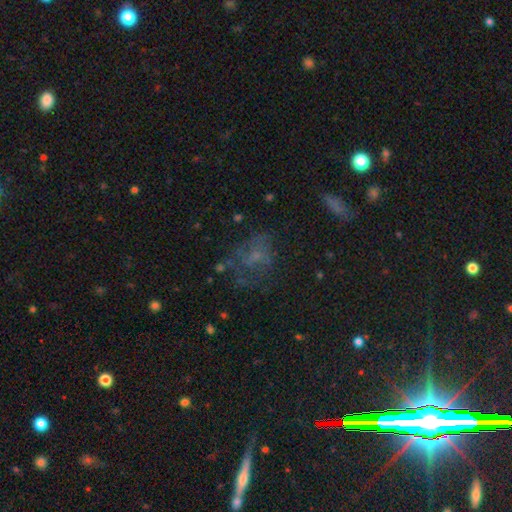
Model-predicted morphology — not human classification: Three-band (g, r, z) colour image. It shows a smooth galaxy with no disk features (40%). Merging: none (45%).